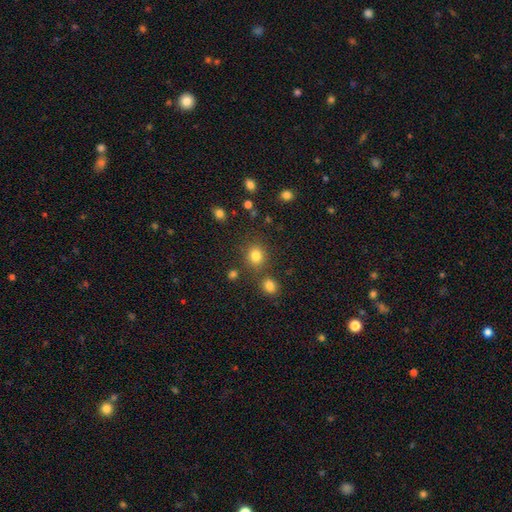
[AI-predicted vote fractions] Morphology: type=smooth (82%); roundness=round (80%); merging=none (78%).